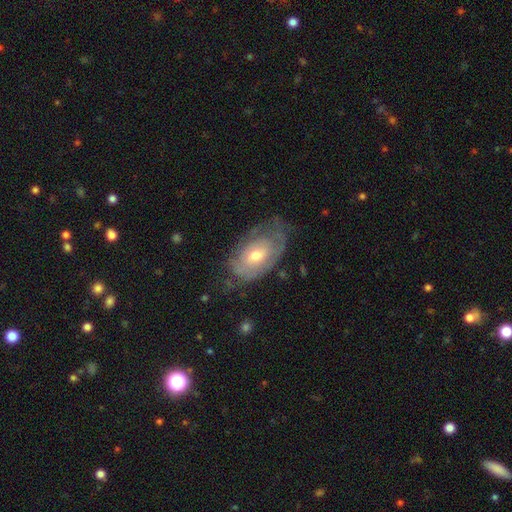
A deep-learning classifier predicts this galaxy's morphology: smooth_or_featured: featured or disk (p=0.58) [alt: smooth p=0.35]
disk_edge_on: no (p=0.92) [alt: yes p=0.08]
bar: no (p=0.72) [alt: weak p=0.23]
has_spiral_arms: yes (p=0.61) [alt: no p=0.39]
bulge_size: moderate (p=0.64) [alt: small p=0.29]
merging: none (p=0.52) [alt: minor disturbance p=0.30]